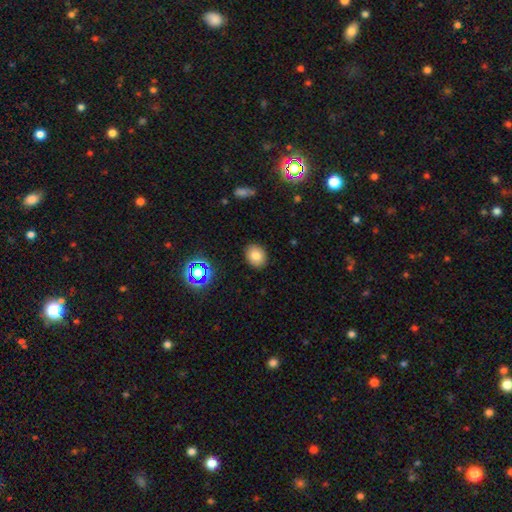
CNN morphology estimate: This is likely a smooth galaxy (79%). How rounded: possibly round (55%). Merging: clearly none (89%).